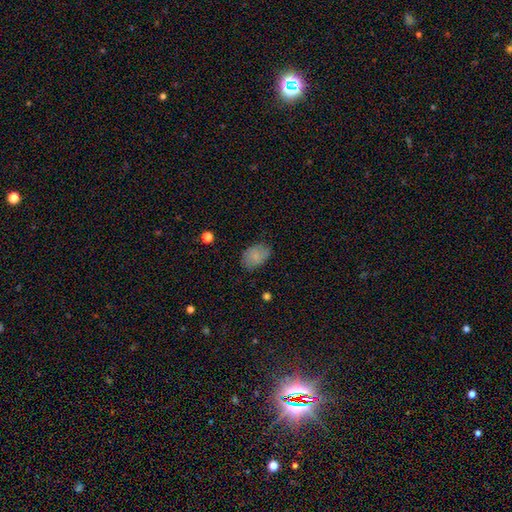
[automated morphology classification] smooth_or_featured: smooth (p=0.77) [alt: featured or disk p=0.14]
how_rounded: in between (p=0.80) [alt: round p=0.19]
merging: none (p=0.73) [alt: minor disturbance p=0.21]